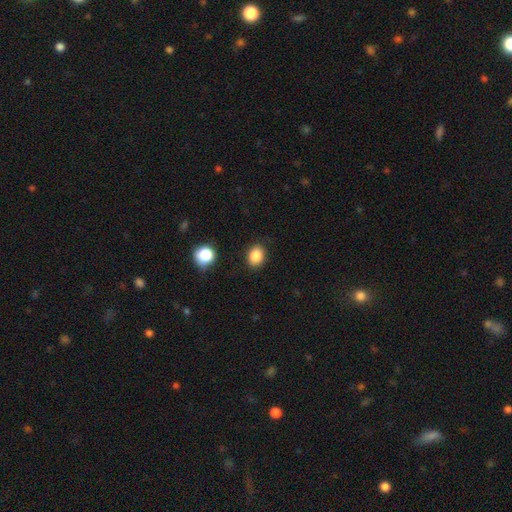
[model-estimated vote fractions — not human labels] The model was most divided on "how rounded": in between: 52%, round: 48%, cigar-shaped: 1%. More confident: merging — none (87%); smooth or featured — smooth (86%).